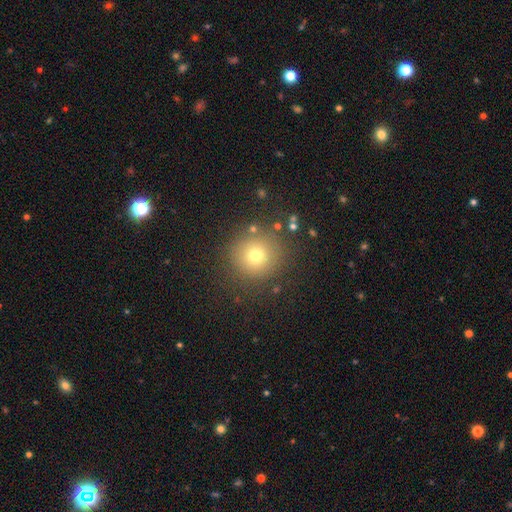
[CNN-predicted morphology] Q: Smooth or featured?
A: smooth (73%); runner-up: star or artifact (17%)
Q: How rounded?
A: round (94%); runner-up: in between (5%)
Q: Merging?
A: none (85%); runner-up: minor disturbance (8%)